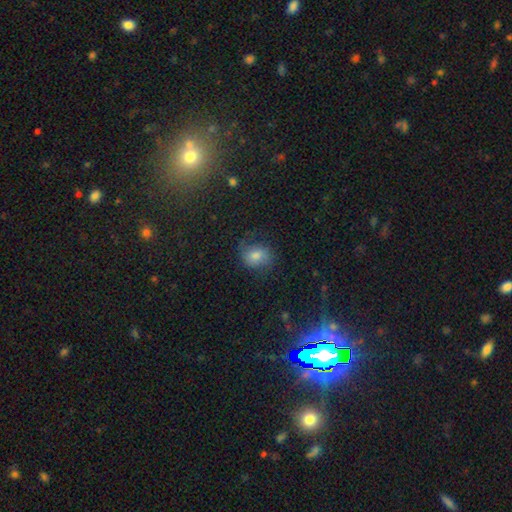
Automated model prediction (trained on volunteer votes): A smooth galaxy with no disk features (55%) that is round (59%).

Vote fractions:
- Smooth or featured? smooth: 55% / featured or disk: 26% / star or artifact: 19%
- How rounded? round: 59% / in between: 40% / cigar-shaped: 1%
- Merging? none: 65% / minor disturbance: 21% / major disturbance: 12% / merger: 2%